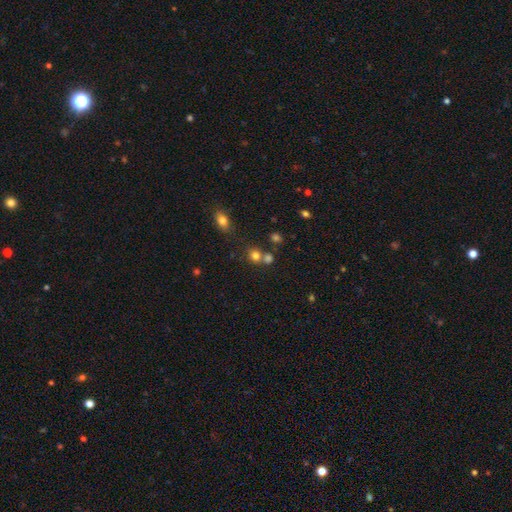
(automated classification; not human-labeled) smooth 75%, star or artifact 16%, featured or disk 9%. Down the decision tree: how rounded — round (81%); merging — none (54%).